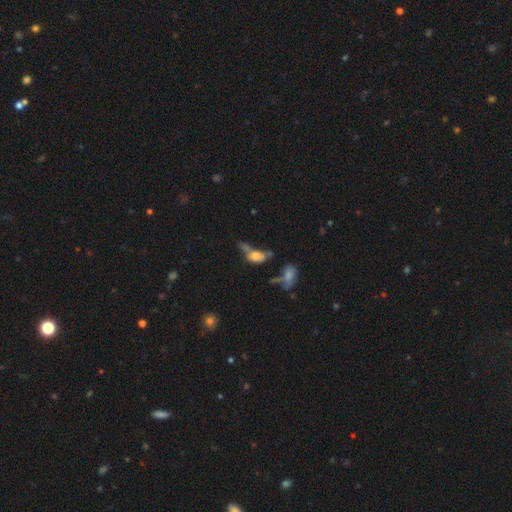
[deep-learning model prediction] Smooth or featured? smooth (59%)
How rounded? in between (76%)
Merging? merger (35%)